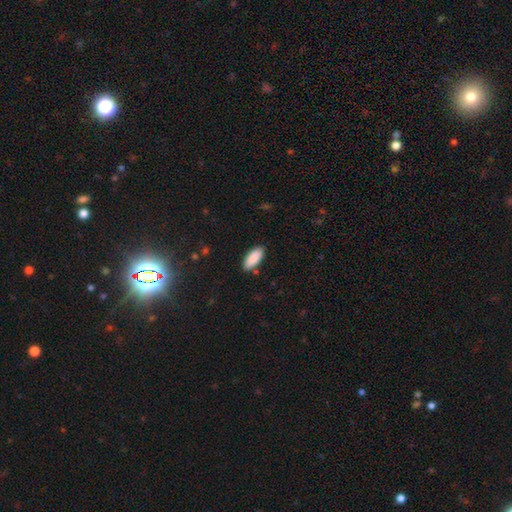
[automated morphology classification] A smooth galaxy with no disk features (89%) that is in between round and cigar-shaped (85%).

Vote fractions:
- Smooth or featured? smooth: 89% / star or artifact: 6% / featured or disk: 5%
- How rounded? in between: 85% / cigar-shaped: 13% / round: 2%
- Merging? none: 85% / minor disturbance: 11% / major disturbance: 2% / merger: 2%